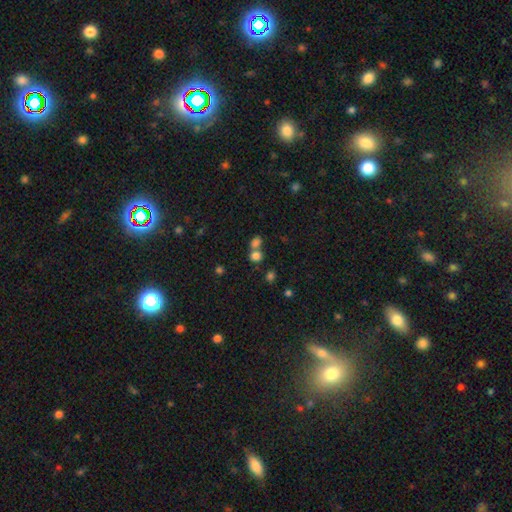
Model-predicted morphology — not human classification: Overall: smooth (76%). How rounded: round (59%; in between 39%). Merging: merger (47%; none 41%).